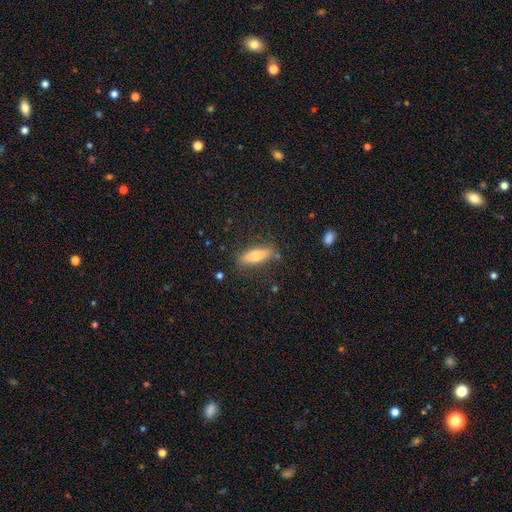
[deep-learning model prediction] smooth 77%, featured or disk 16%, star or artifact 7%. Down the decision tree: how rounded — in between (56%); merging — none (78%).